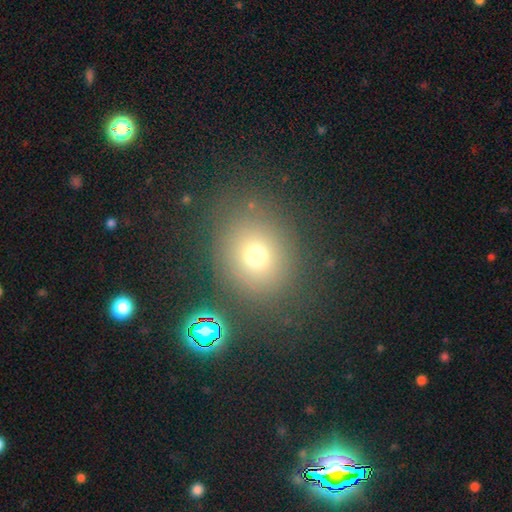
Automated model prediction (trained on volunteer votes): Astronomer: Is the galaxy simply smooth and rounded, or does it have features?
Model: smooth — 70%.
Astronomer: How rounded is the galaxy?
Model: round — 66%.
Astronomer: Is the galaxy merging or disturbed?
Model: none — 79%.